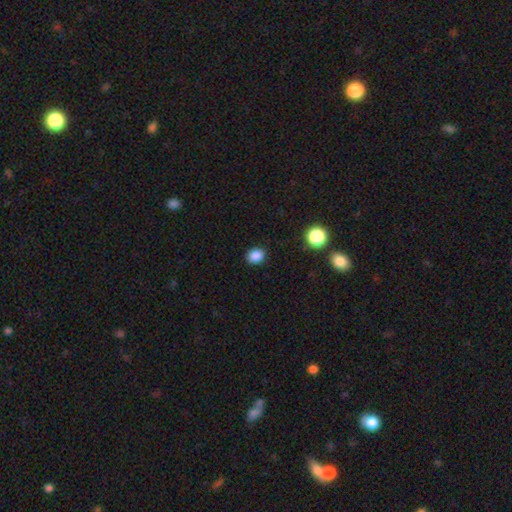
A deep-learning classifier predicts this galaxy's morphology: Smooth or featured: smooth — 86% (star or artifact — 11%)
How rounded: round — 57% (in between — 42%)
Merging: none — 89% (minor disturbance — 7%)